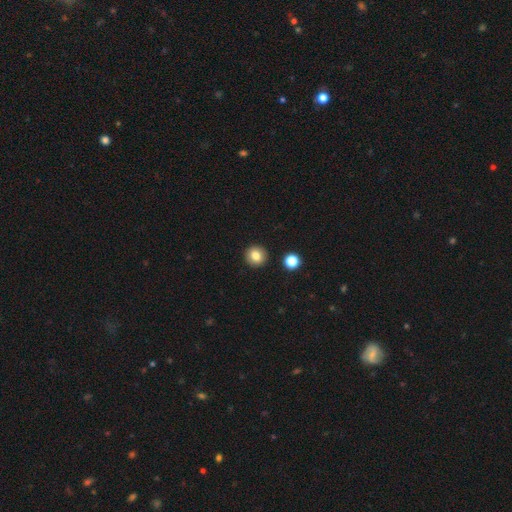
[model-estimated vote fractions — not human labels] A smooth galaxy with no disk features (82%) that is round (91%).

Vote fractions:
- Smooth or featured? smooth: 82% / star or artifact: 11% / featured or disk: 7%
- How rounded? round: 91% / in between: 8% / cigar-shaped: 1%
- Merging? none: 91% / minor disturbance: 5% / merger: 2% / major disturbance: 2%